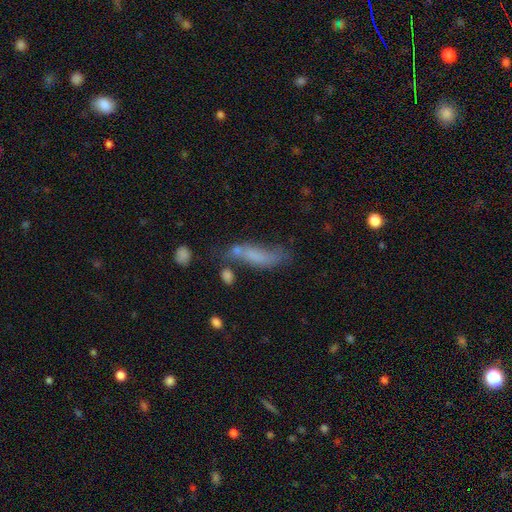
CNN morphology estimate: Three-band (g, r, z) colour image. It shows a smooth galaxy with no disk features (66%) that is cigar-shaped (50%). Merging: none (36%).